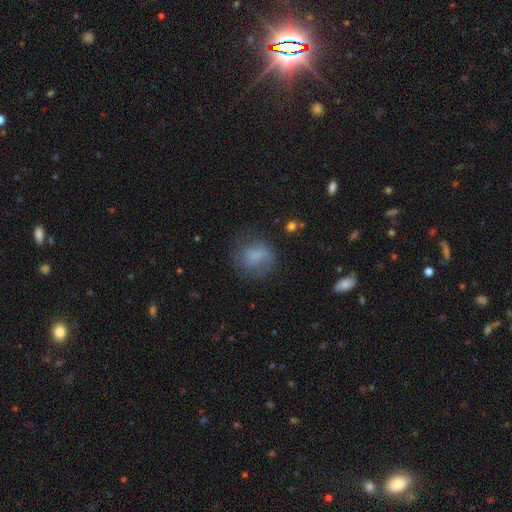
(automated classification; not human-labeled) Smooth or featured: smooth — 66% (featured or disk — 24%)
How rounded: round — 70% (in between — 29%)
Merging: none — 57% (minor disturbance — 24%)